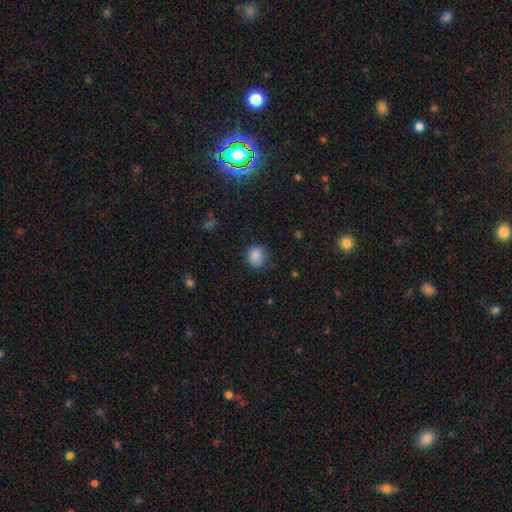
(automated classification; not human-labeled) Smooth or featured?
  - smooth: 86% *
  - star or artifact: 10%
  - featured or disk: 4%
How rounded?
  - round: 79% *
  - in between: 20%
  - cigar-shaped: 1%
Merging?
  - none: 75% *
  - minor disturbance: 19%
  - major disturbance: 4%
  - merger: 1%